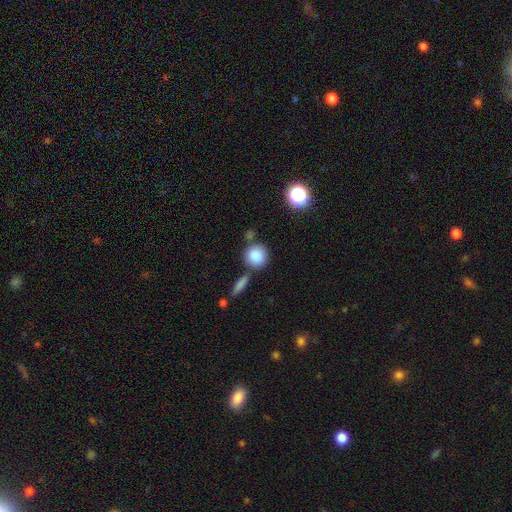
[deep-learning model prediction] This is clearly a smooth galaxy (86%). How rounded: clearly round (88%). Merging: likely none (67%).